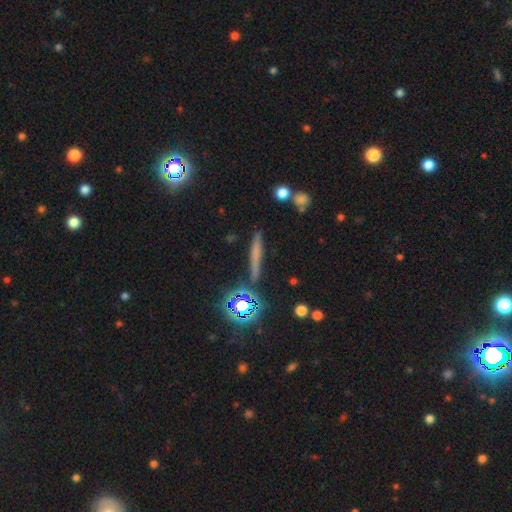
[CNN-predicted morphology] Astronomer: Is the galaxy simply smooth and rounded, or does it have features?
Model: smooth — 47% (runner-up: featured or disk, 33%).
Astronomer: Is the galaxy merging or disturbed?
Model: none — 85%.